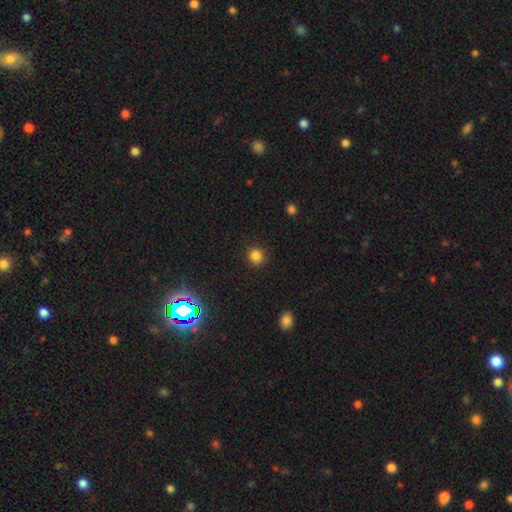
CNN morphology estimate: Smooth or featured: smooth — 81% (star or artifact — 14%)
How rounded: round — 88% (in between — 12%)
Merging: none — 89% (minor disturbance — 7%)